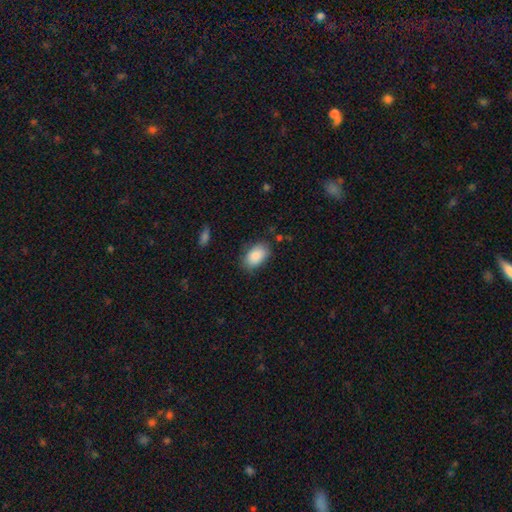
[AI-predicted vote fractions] Smooth or featured?
  - smooth: 88% *
  - star or artifact: 6%
  - featured or disk: 6%
How rounded?
  - in between: 91% *
  - round: 7%
  - cigar-shaped: 1%
Merging?
  - none: 77% *
  - minor disturbance: 17%
  - major disturbance: 4%
  - merger: 2%